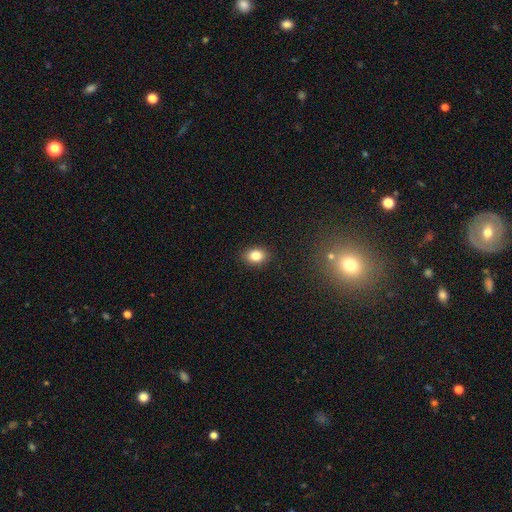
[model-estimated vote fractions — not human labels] Morphology: type=smooth (83%); roundness=in between (66%); merging=none (89%).